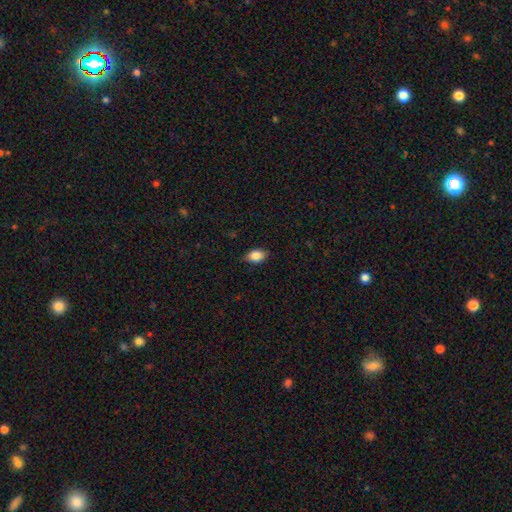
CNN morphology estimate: type=smooth (85%); roundness=in between (84%); merging=none (80%).